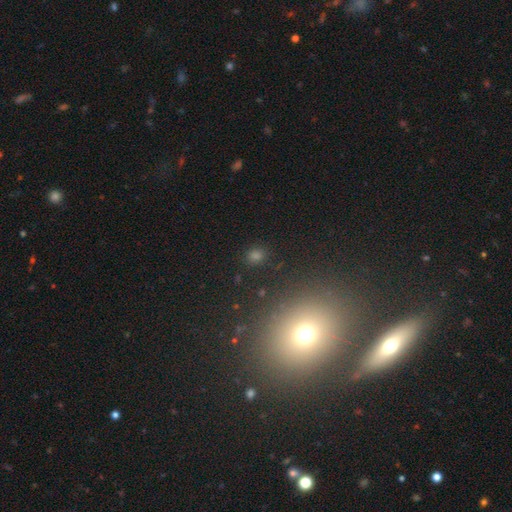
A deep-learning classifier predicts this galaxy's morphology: This appears to be a smooth galaxy with no disk features (61%) that is round (66%). Merging: none (86%).